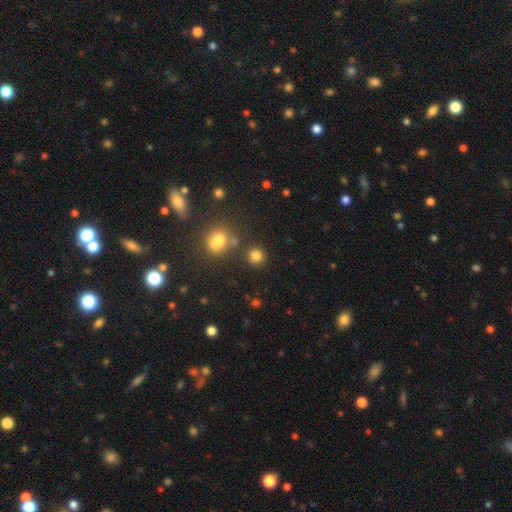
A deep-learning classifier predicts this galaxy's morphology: Overall: smooth (79%). How rounded: round (91%). Merging: none (82%).